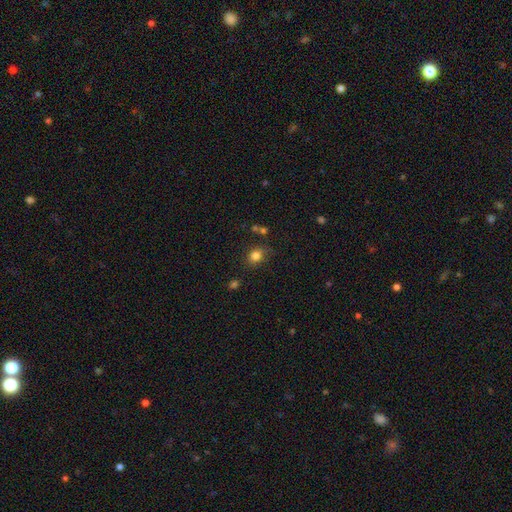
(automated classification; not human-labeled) Q: Smooth or featured?
A: smooth (82%); runner-up: star or artifact (12%)
Q: How rounded?
A: round (62%); runner-up: in between (37%)
Q: Merging?
A: none (75%); runner-up: minor disturbance (17%)